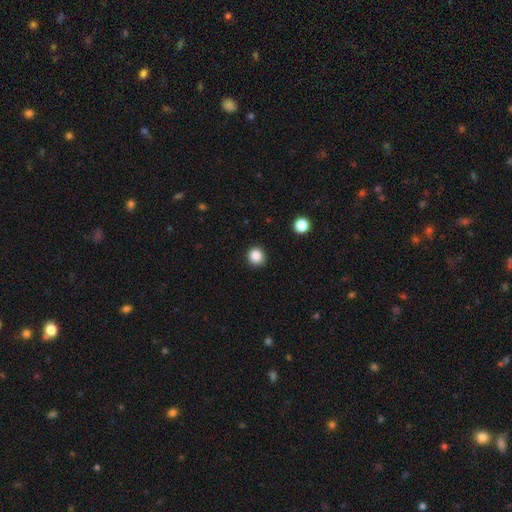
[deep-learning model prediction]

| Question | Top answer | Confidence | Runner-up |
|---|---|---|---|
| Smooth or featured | smooth | 87% | star or artifact (11%) |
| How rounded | round | 93% | in between (6%) |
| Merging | none | 91% | minor disturbance (6%) |